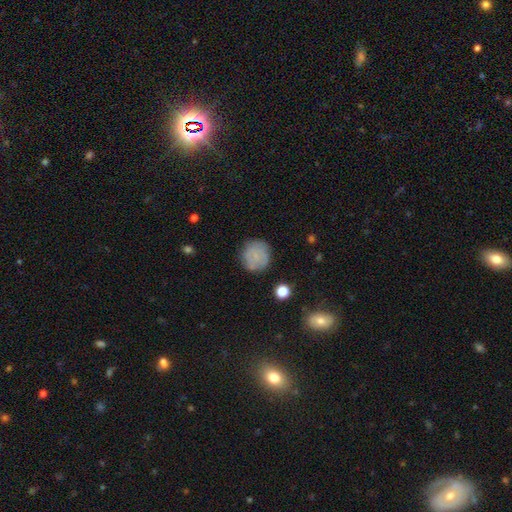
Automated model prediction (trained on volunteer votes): The model was most divided on "smooth or featured": smooth: 72%, featured or disk: 19%, star or artifact: 9%. More confident: how rounded — round (90%); merging — none (80%).